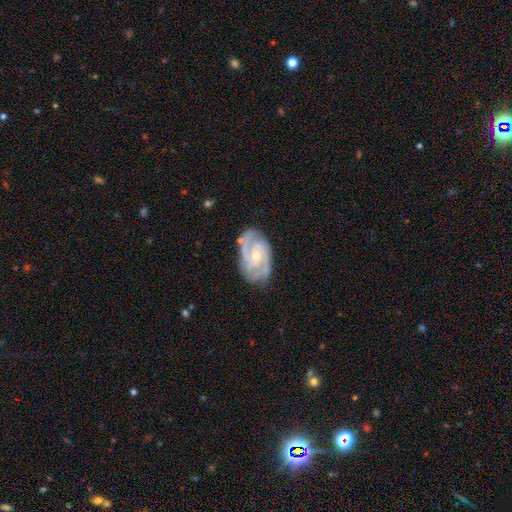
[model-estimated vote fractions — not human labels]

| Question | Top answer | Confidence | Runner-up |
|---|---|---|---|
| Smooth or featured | featured or disk | 86% | smooth (9%) |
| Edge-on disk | no | 97% | yes (3%) |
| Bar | no | 53% | weak (39%) |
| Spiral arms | yes | 96% | no (4%) |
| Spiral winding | tight | 53% | medium (40%) |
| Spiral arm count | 2 | 49% | 3 (26%) |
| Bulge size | small | 54% | moderate (40%) |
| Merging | none | 75% | minor disturbance (18%) |